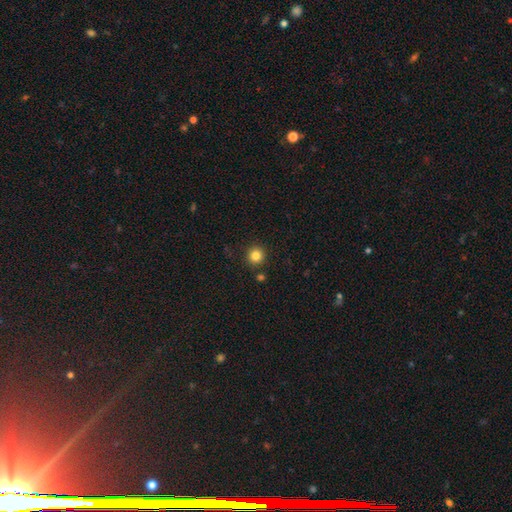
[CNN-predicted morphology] This appears to be a smooth galaxy with no disk features (83%) that is round (94%). Merging: none (90%).